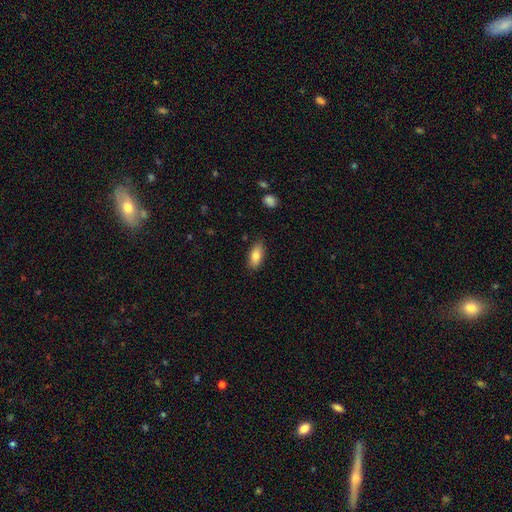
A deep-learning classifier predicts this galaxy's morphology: smooth-or-featured: smooth: 83% | featured or disk: 10% | star or artifact: 7%
  how-rounded: in between: 88% | cigar-shaped: 9% | round: 3%
  merging: none: 85% | minor disturbance: 12% | major disturbance: 2% | merger: 1%